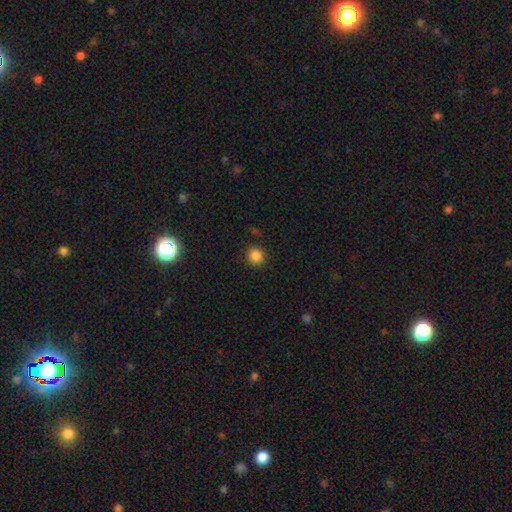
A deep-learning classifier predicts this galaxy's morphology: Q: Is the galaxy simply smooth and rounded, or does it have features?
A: smooth — 85%.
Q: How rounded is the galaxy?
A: round — 86%.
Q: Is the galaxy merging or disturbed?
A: none — 87%.